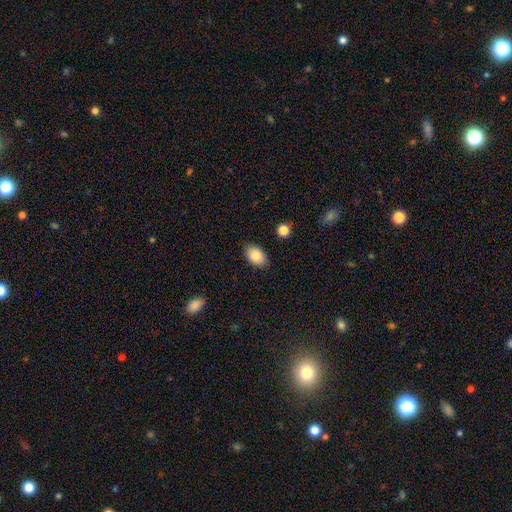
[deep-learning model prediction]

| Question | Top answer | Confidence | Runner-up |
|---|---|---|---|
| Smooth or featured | smooth | 87% | star or artifact (7%) |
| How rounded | in between | 88% | round (11%) |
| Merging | none | 85% | minor disturbance (11%) |